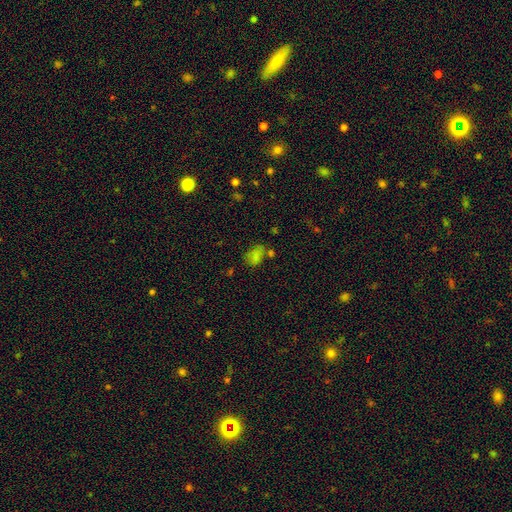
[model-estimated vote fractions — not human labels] Smooth or featured?
  - smooth: 72% *
  - star or artifact: 20%
  - featured or disk: 9%
How rounded?
  - in between: 80% *
  - round: 19%
  - cigar-shaped: 2%
Merging?
  - none: 55% *
  - minor disturbance: 21%
  - merger: 14%
  - major disturbance: 9%